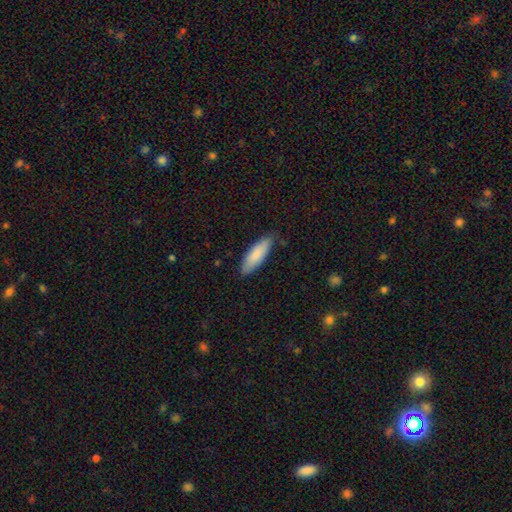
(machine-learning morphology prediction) smooth_or_featured: smooth (p=0.84) [alt: featured or disk p=0.11]
how_rounded: in between (p=0.53) [alt: cigar-shaped p=0.46]
merging: none (p=0.82) [alt: minor disturbance p=0.15]